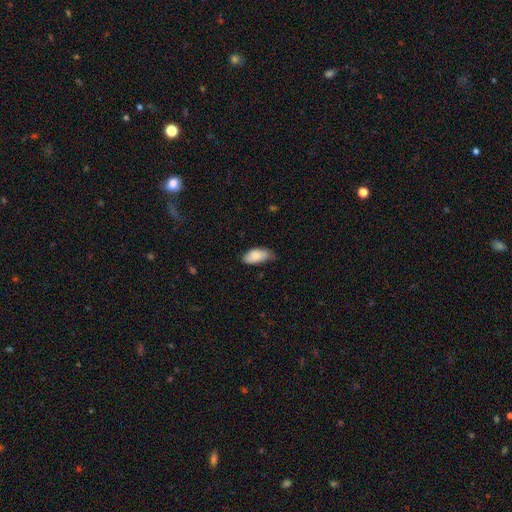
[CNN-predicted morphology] A smooth galaxy with no disk features (86%) that is in between round and cigar-shaped (92%). Merging: none (54%).